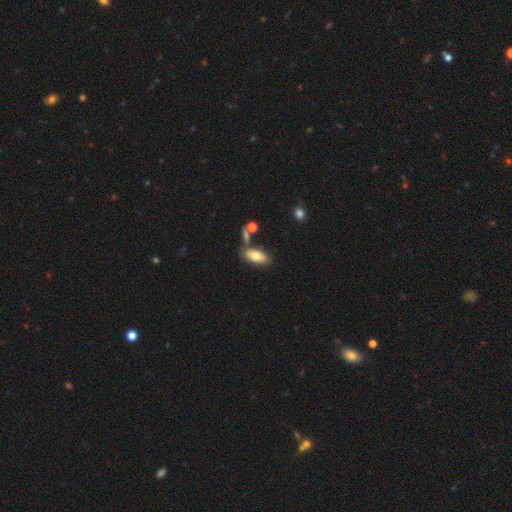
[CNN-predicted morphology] A smooth galaxy with no disk features (71%) that is in between round and cigar-shaped (88%). Merging: none (64%).